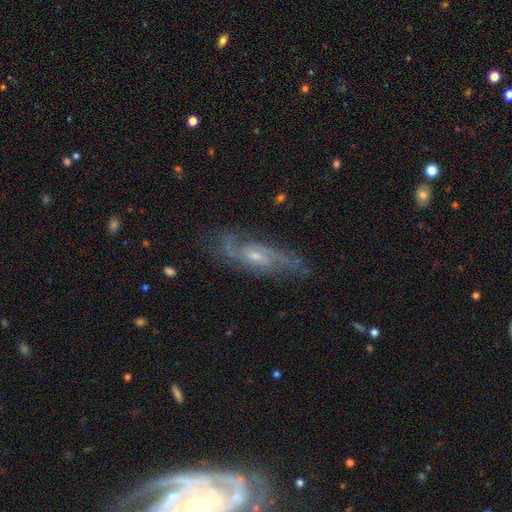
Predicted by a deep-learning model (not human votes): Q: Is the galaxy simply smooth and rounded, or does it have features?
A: featured or disk — 81%.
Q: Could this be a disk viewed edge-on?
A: no — 85%.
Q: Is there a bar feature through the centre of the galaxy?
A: no — 57%.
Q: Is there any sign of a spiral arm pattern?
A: yes — 94%.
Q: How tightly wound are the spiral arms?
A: medium — 47%.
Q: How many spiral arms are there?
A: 2 — 62%.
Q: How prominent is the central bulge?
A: small — 64%.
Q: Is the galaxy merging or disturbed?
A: none — 73%.